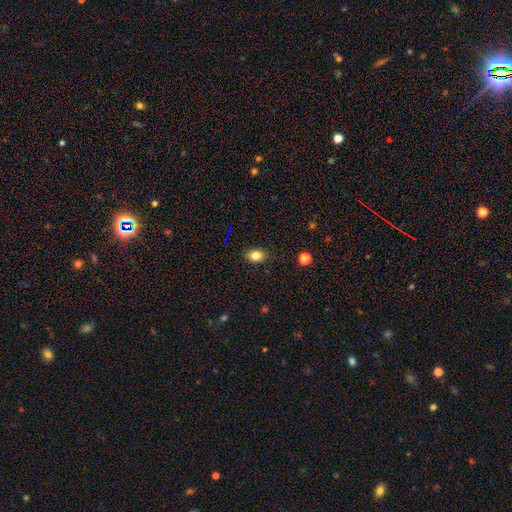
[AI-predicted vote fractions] Smooth or featured? smooth (81%)
How rounded? in between (71%)
Merging? none (85%)